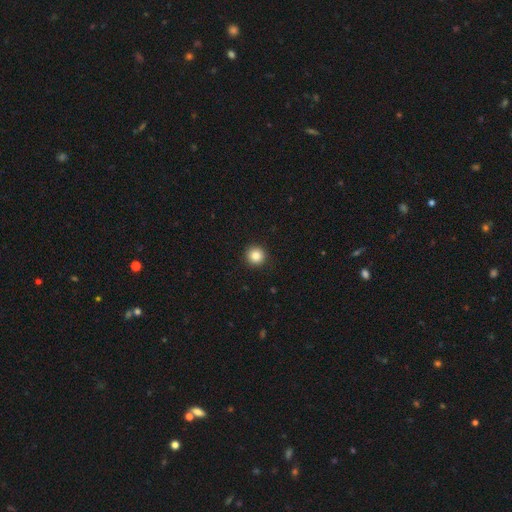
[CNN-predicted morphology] The model was most divided on "smooth or featured": smooth: 85%, star or artifact: 10%, featured or disk: 5%. More confident: how rounded — round (95%); merging — none (93%).